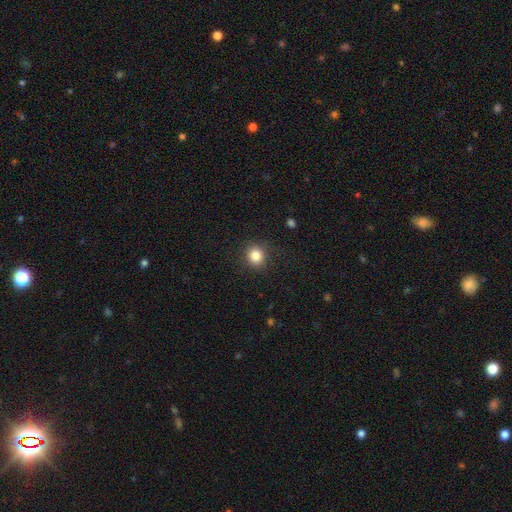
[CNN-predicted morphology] Q: Smooth or featured?
A: smooth (83%); runner-up: star or artifact (11%)
Q: How rounded?
A: round (82%); runner-up: in between (17%)
Q: Merging?
A: none (86%); runner-up: minor disturbance (9%)